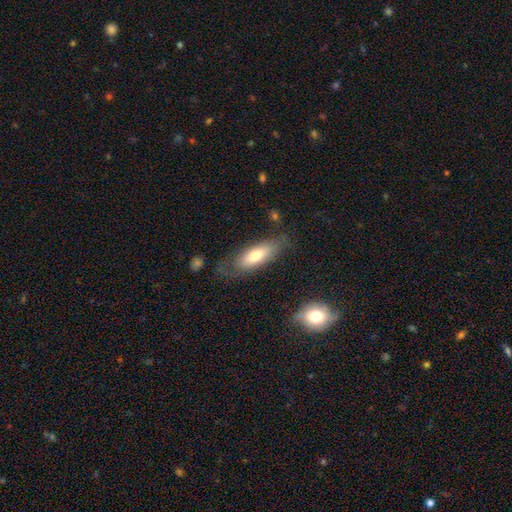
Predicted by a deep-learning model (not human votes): Smooth or featured? smooth (65%)
How rounded? in between (69%)
Merging? none (65%)